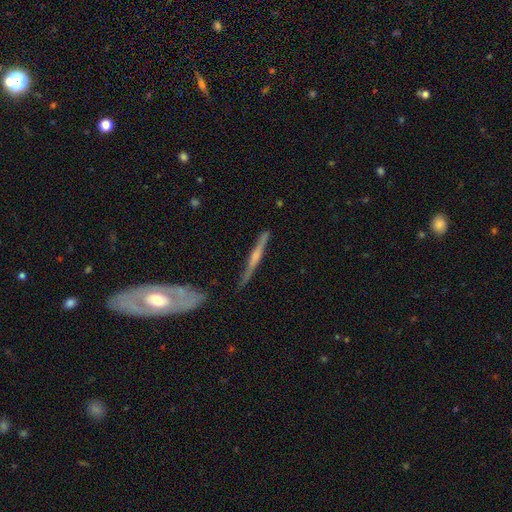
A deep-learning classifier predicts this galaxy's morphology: This appears to be a featured or disk galaxy (66%) viewed edge-on (95%) with a rounded central bulge (51%). Merging: none (78%).